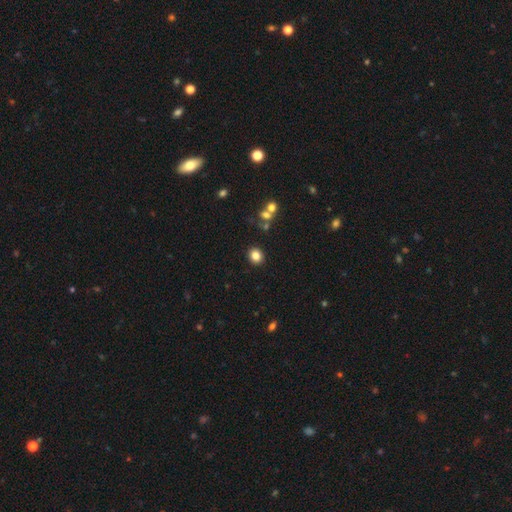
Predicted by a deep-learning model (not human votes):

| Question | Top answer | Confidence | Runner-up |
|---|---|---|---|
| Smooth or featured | smooth | 83% | star or artifact (11%) |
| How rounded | round | 74% | in between (26%) |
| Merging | none | 88% | minor disturbance (7%) |